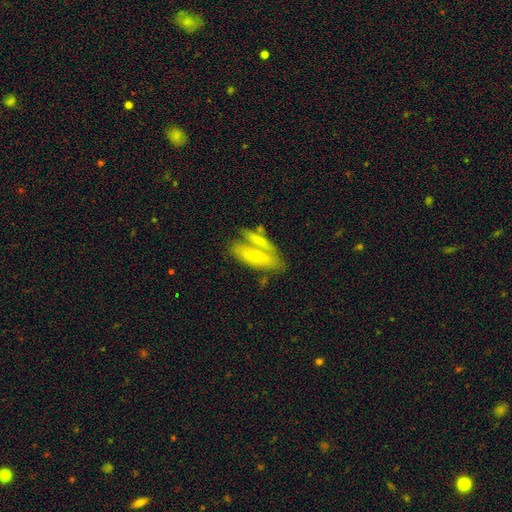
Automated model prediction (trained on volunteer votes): featured or disk 50%, smooth 43%, star or artifact 7%. Down the decision tree: edge-on disk — no (67%); merging — none (43%).